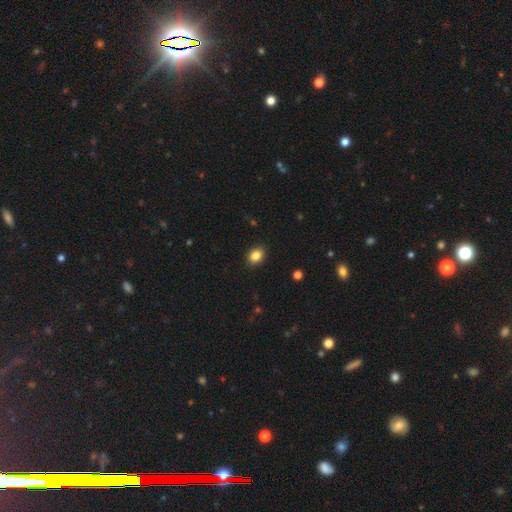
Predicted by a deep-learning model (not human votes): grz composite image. It shows a smooth galaxy with no disk features (87%) that is in between round and cigar-shaped (61%). Merging: none (90%).